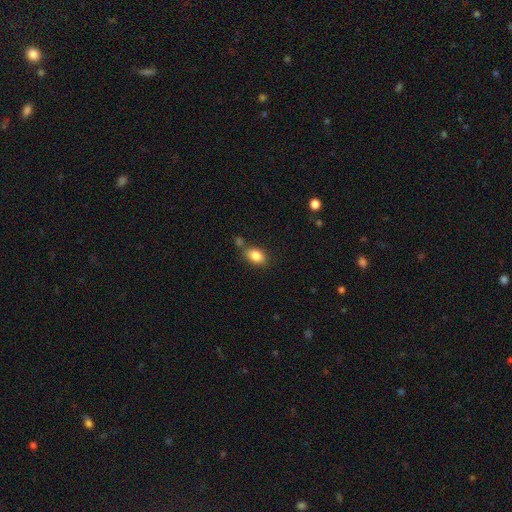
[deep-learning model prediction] smooth_or_featured: smooth (p=0.84) [alt: star or artifact p=0.09]
how_rounded: in between (p=0.83) [alt: round p=0.15]
merging: none (p=0.68) [alt: minor disturbance p=0.15]